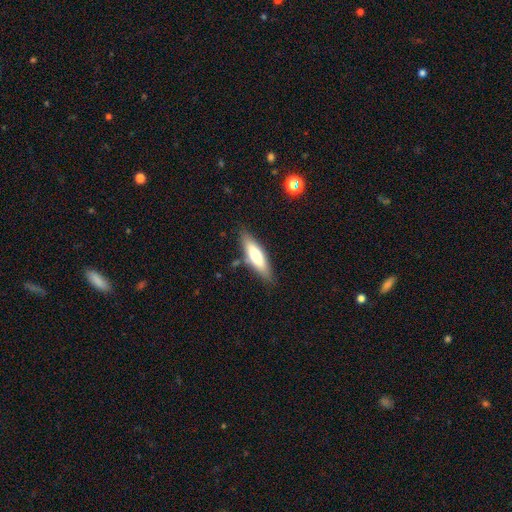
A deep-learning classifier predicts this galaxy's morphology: Overall: smooth (65%; featured or disk 29%). How rounded: cigar-shaped (60%; in between 39%). Merging: none (81%).